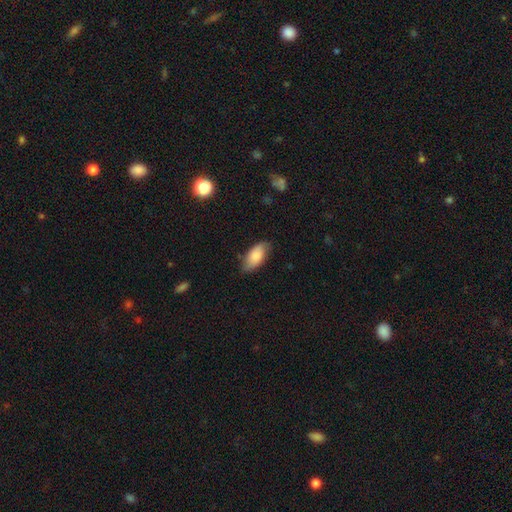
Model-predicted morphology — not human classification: type=smooth (80%); roundness=in between (92%); merging=none (72%).